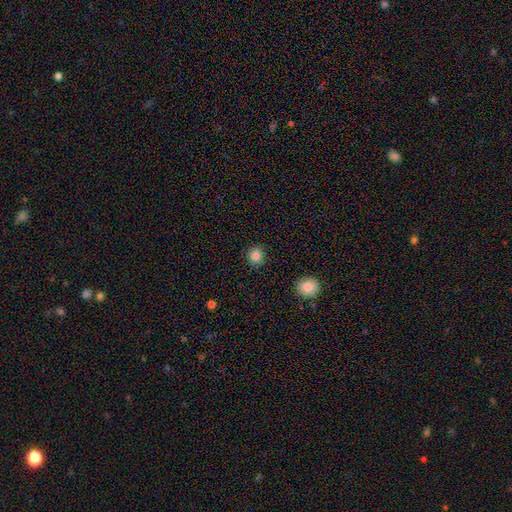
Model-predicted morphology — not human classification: smooth-or-featured: smooth: 85% | star or artifact: 11% | featured or disk: 5%
  how-rounded: round: 90% | in between: 9% | cigar-shaped: 1%
  merging: none: 91% | minor disturbance: 6% | major disturbance: 2% | merger: 1%